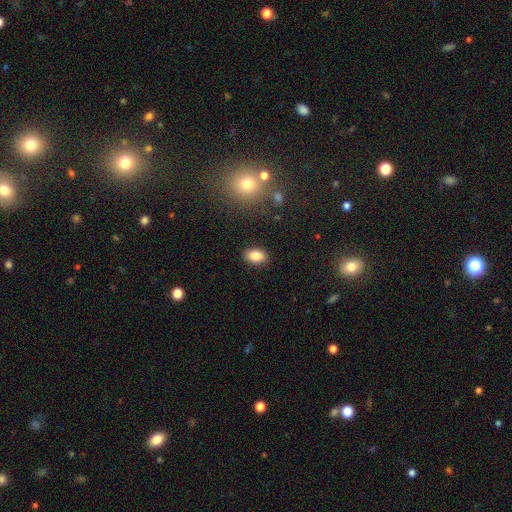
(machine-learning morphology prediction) This is clearly a smooth galaxy (84%). How rounded: clearly in between (88%). Merging: clearly none (88%).